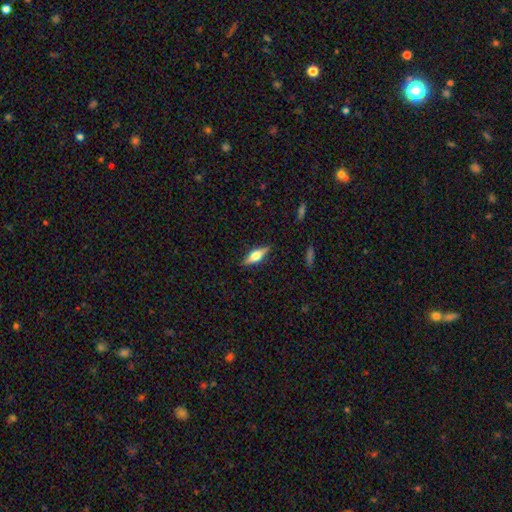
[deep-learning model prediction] Morphology: type=featured or disk (57%); edge-on=yes (95%); edge-on bulge=rounded (90%); merging=none (86%).